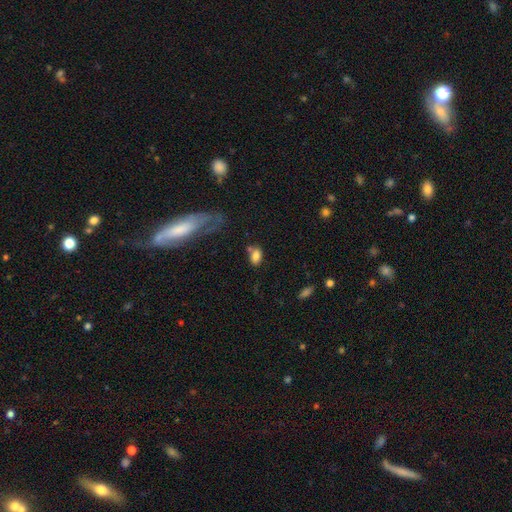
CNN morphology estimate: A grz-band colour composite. It shows a smooth galaxy with no disk features (80%) that is in between round and cigar-shaped (85%). Merging: none (51%).